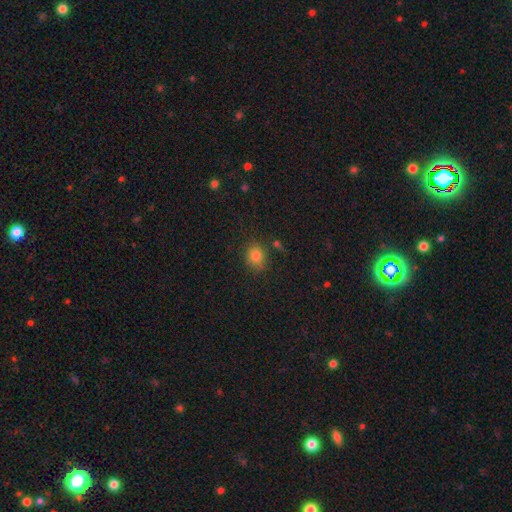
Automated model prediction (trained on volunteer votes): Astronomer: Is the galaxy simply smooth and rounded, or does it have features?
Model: smooth — 82%.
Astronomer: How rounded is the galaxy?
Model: round — 68%.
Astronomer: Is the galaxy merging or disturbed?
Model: none — 77%.